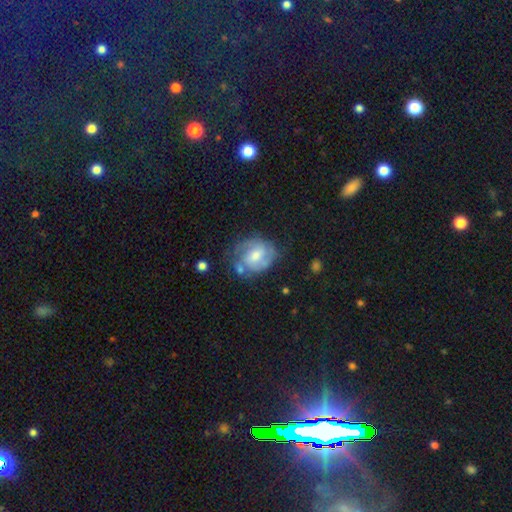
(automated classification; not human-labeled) A featured or disk galaxy (69%) with a weak bar (50%), 2 (57%) tight (43%) spiral arms (86%) and a moderate central bulge (55%). Merging: none (57%).